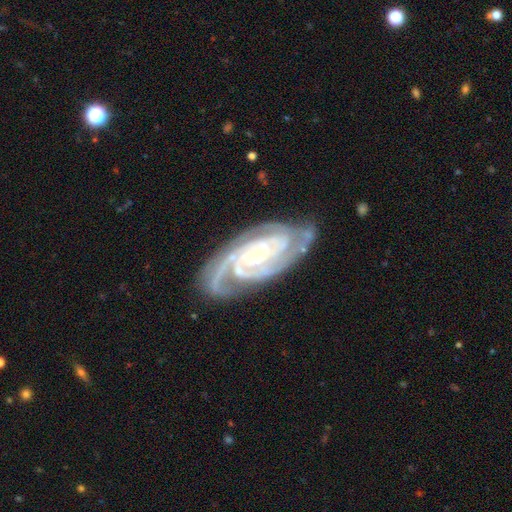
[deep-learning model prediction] Smooth or featured? featured or disk (93%)
Edge-on disk? no (96%)
Bar? no (64%)
Spiral arms? yes (98%)
Spiral winding? tight (70%)
Spiral arm count? 3 (45%)
Bulge size? small (67%)
Merging? none (74%)